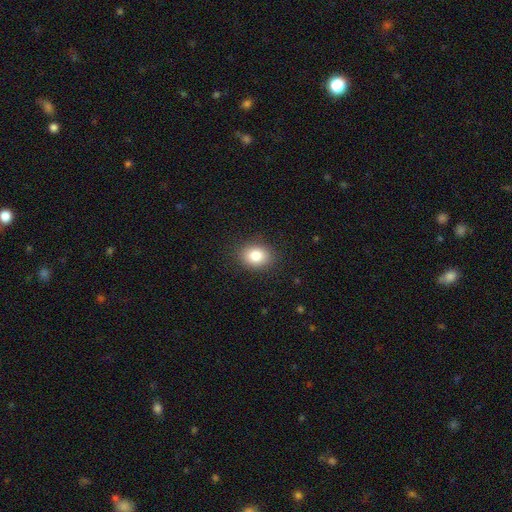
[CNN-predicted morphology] A smooth galaxy with no disk features (83%) that is in between round and cigar-shaped (58%). Merging: none (88%).